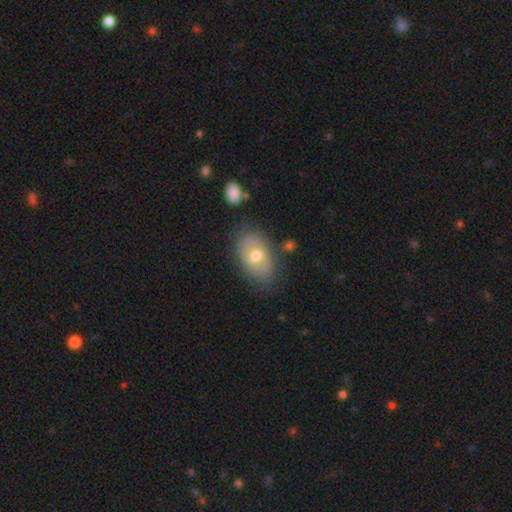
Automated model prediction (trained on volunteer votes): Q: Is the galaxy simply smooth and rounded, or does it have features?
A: smooth — 59%.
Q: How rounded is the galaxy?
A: in between — 87%.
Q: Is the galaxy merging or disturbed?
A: none — 77%.